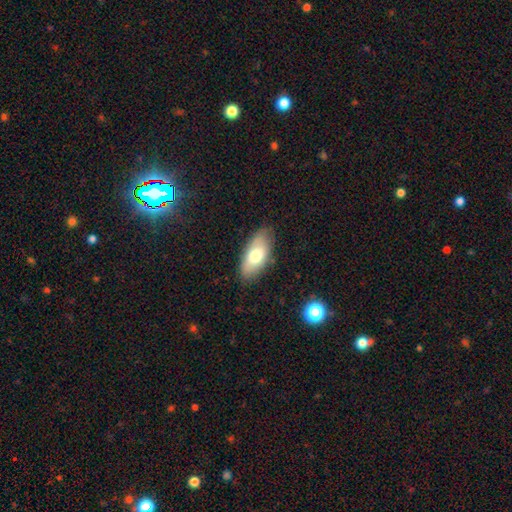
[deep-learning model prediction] Q: Smooth or featured?
A: smooth (71%); runner-up: featured or disk (23%)
Q: How rounded?
A: in between (90%); runner-up: cigar-shaped (7%)
Q: Merging?
A: none (81%); runner-up: minor disturbance (14%)